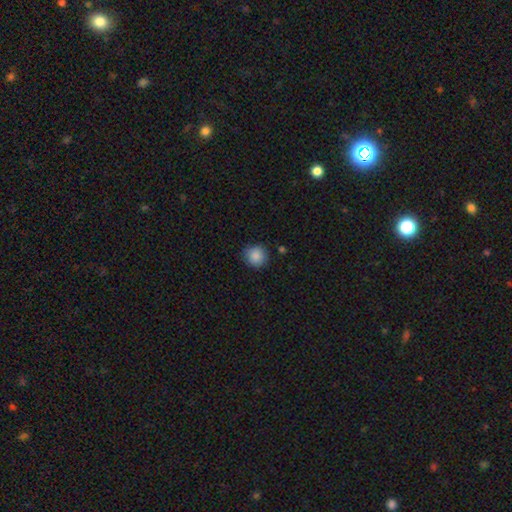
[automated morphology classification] A smooth galaxy with no disk features (87%) that is round (92%).

Vote fractions:
- Smooth or featured? smooth: 87% / star or artifact: 9% / featured or disk: 4%
- How rounded? round: 92% / in between: 7% / cigar-shaped: 1%
- Merging? none: 85% / minor disturbance: 11% / major disturbance: 2% / merger: 2%